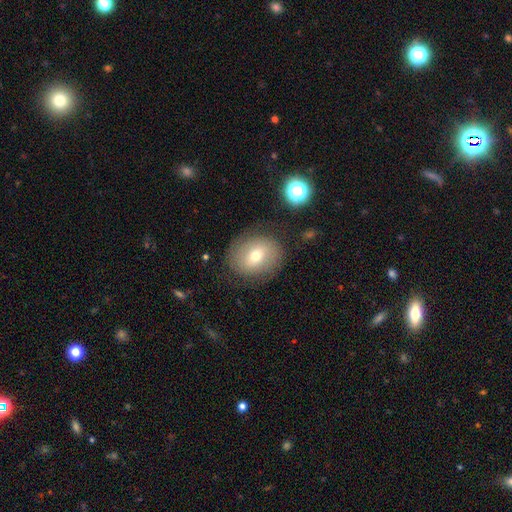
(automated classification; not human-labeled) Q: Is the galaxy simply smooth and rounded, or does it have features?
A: smooth — 60%.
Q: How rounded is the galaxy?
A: round — 58%.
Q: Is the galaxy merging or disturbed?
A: none — 79%.